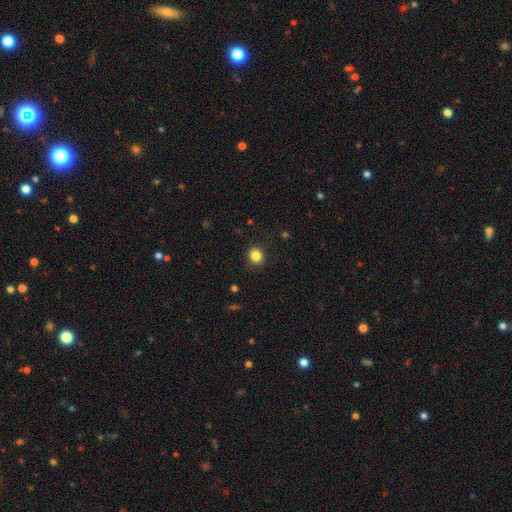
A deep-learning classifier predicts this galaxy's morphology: A smooth galaxy with no disk features (85%) that is round (79%). Merging: none (90%).